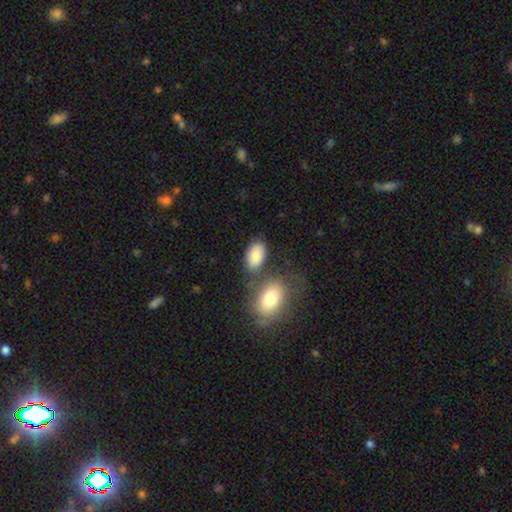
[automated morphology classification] Q: Smooth or featured?
A: smooth (83%); runner-up: featured or disk (10%)
Q: How rounded?
A: in between (91%); runner-up: round (7%)
Q: Merging?
A: none (64%); runner-up: merger (16%)